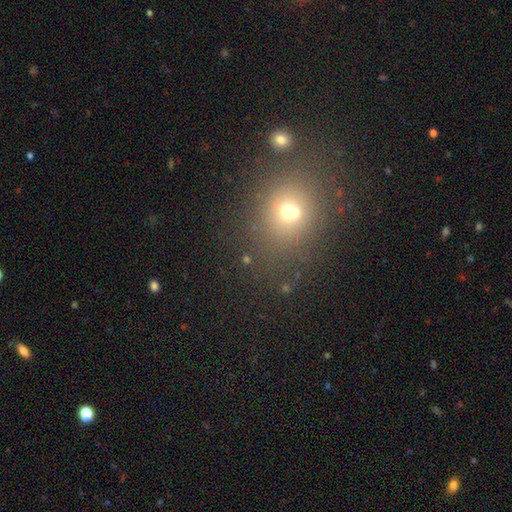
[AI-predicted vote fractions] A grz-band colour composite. It shows a smooth galaxy with no disk features (59%) that is round (66%). Merging: none (84%).